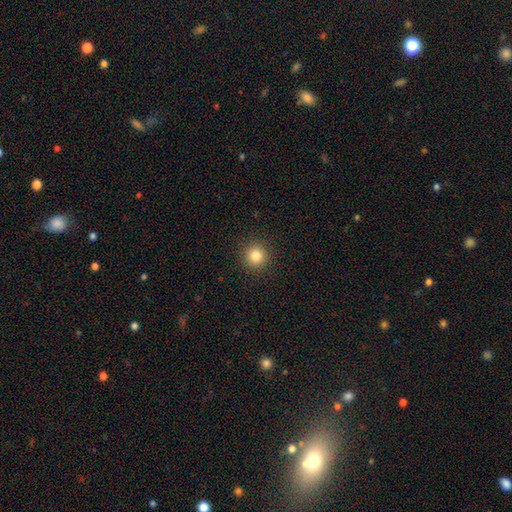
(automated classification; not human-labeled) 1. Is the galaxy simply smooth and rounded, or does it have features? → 83% smooth, 12% star or artifact, 5% featured or disk.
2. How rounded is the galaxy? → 95% round, 4% in between, 1% cigar-shaped.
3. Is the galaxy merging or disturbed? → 92% none, 5% minor disturbance, 2% major disturbance, 1% merger.